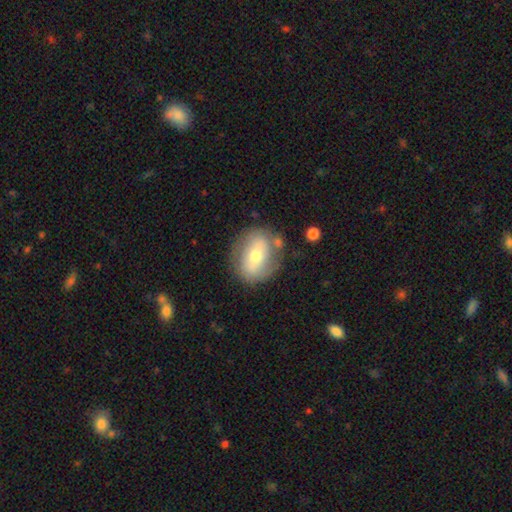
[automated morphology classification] This is possibly a smooth galaxy (48%). Merging: likely none (74%).